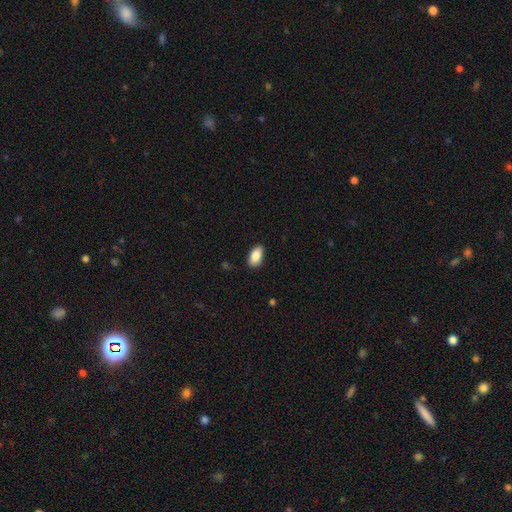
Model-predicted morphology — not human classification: The model was most divided on "merging": none: 85%, minor disturbance: 12%, major disturbance: 2%, merger: 1%. More confident: how rounded — in between (93%); smooth or featured — smooth (87%).